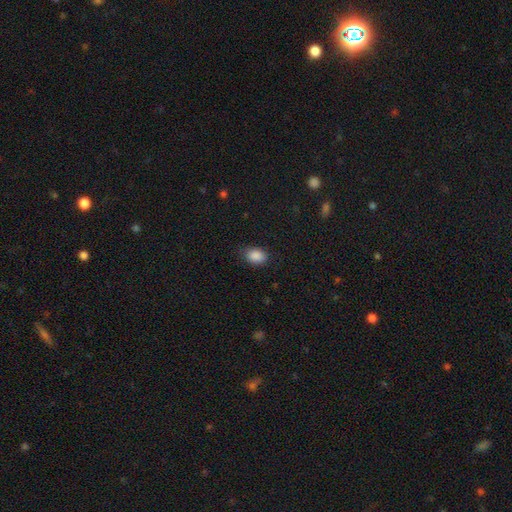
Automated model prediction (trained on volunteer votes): A smooth galaxy with no disk features (88%) that is in between round and cigar-shaped (78%).

Vote fractions:
- Smooth or featured? smooth: 88% / star or artifact: 8% / featured or disk: 3%
- How rounded? in between: 78% / round: 21% / cigar-shaped: 1%
- Merging? none: 81% / minor disturbance: 15% / major disturbance: 3% / merger: 1%